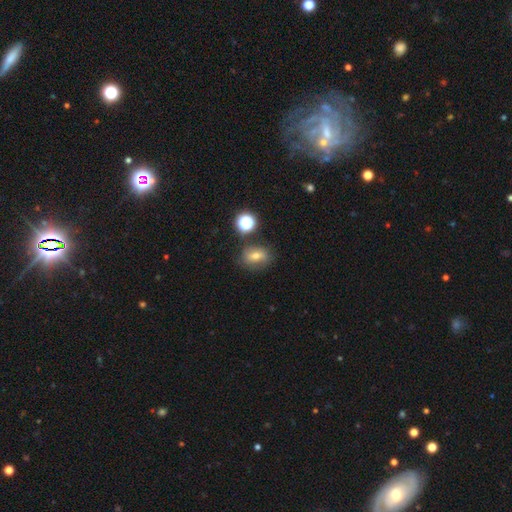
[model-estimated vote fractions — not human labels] Smooth or featured? smooth (55%)
How rounded? in between (59%)
Merging? none (74%)